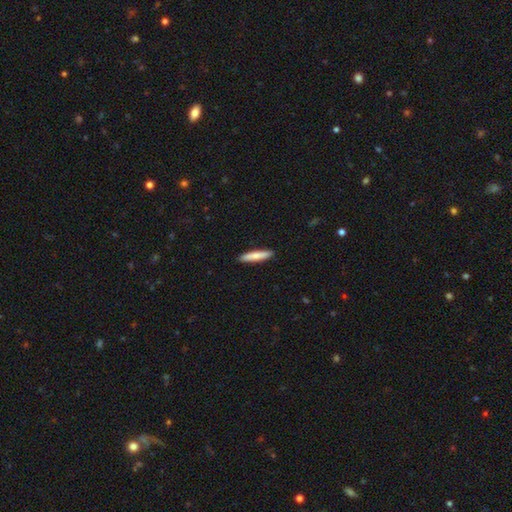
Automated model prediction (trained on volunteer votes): smooth 76%, featured or disk 19%, star or artifact 5%. Down the decision tree: how rounded — cigar-shaped (88%); merging — none (91%).